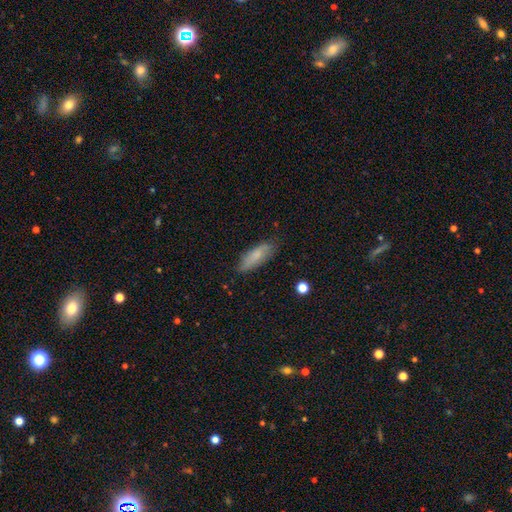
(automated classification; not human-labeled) Smooth or featured? smooth (75%)
How rounded? in between (56%)
Merging? none (74%)